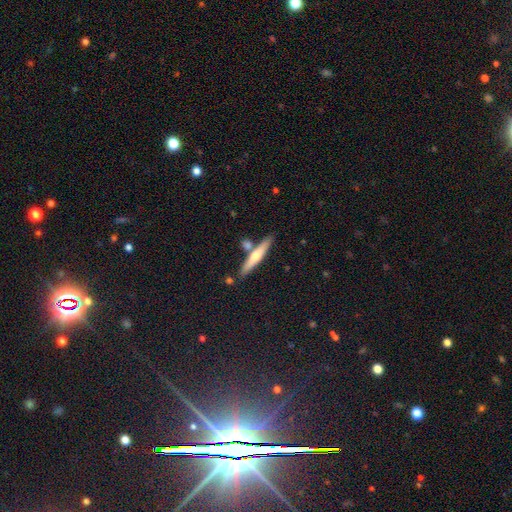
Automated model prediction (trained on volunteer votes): Smooth or featured?
  - featured or disk: 48% *
  - smooth: 47%
  - star or artifact: 6%
Merging?
  - none: 77% *
  - merger: 11%
  - minor disturbance: 10%
  - major disturbance: 2%